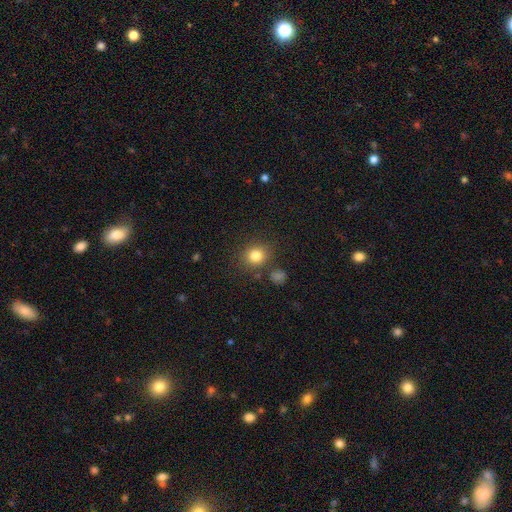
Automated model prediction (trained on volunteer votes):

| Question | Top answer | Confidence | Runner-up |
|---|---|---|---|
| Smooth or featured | smooth | 81% | star or artifact (12%) |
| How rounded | round | 81% | in between (18%) |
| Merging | none | 82% | minor disturbance (10%) |